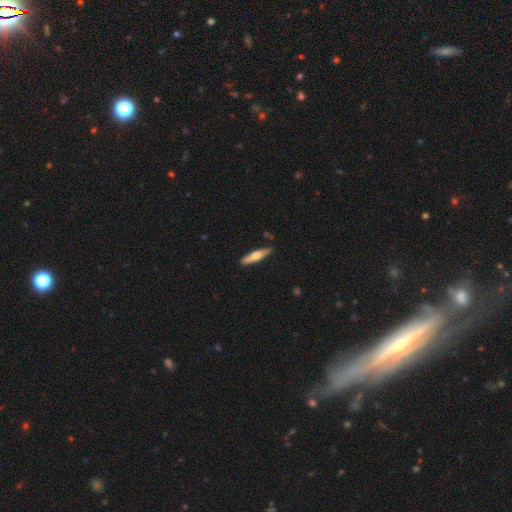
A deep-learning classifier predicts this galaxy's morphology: The model was most divided on "smooth or featured": smooth: 53%, featured or disk: 41%, star or artifact: 5%. More confident: merging — none (86%); how rounded — cigar-shaped (80%).